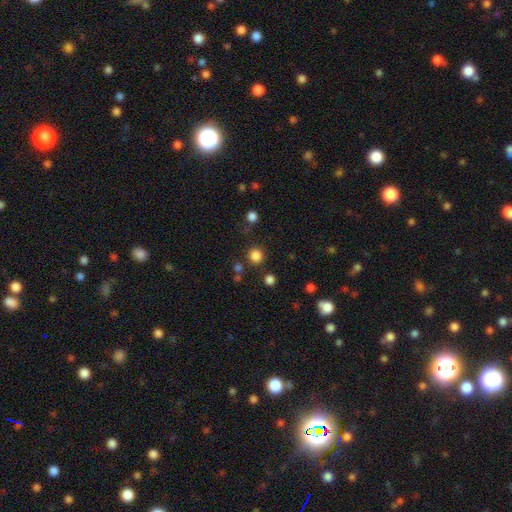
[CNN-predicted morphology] Smooth or featured? smooth (83%)
How rounded? round (92%)
Merging? none (85%)